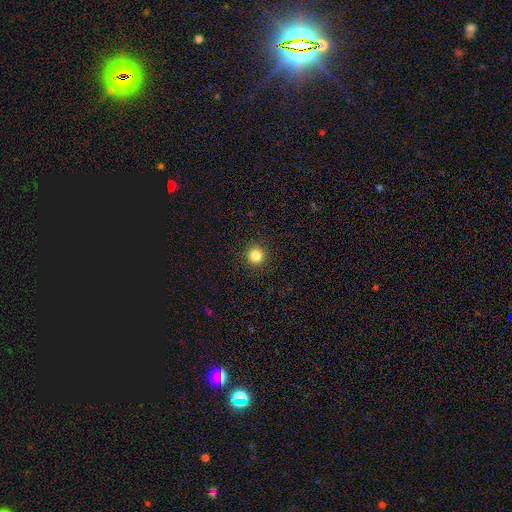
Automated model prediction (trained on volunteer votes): Smooth or featured? smooth (84%)
How rounded? round (96%)
Merging? none (93%)